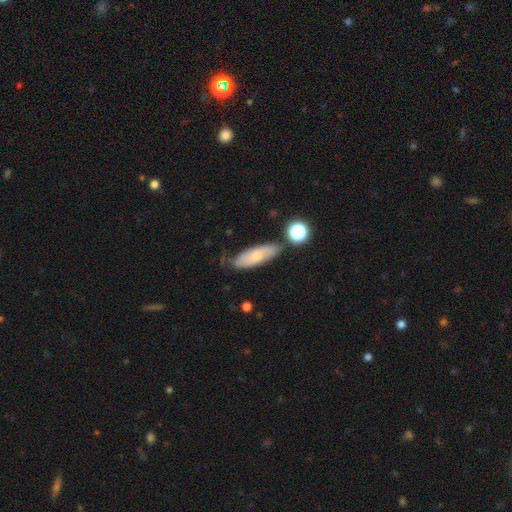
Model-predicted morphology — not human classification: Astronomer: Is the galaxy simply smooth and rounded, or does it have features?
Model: smooth — 66%.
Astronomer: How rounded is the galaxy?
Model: in between — 59% (runner-up: cigar-shaped, 38%).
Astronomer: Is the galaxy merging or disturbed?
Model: none — 64%.